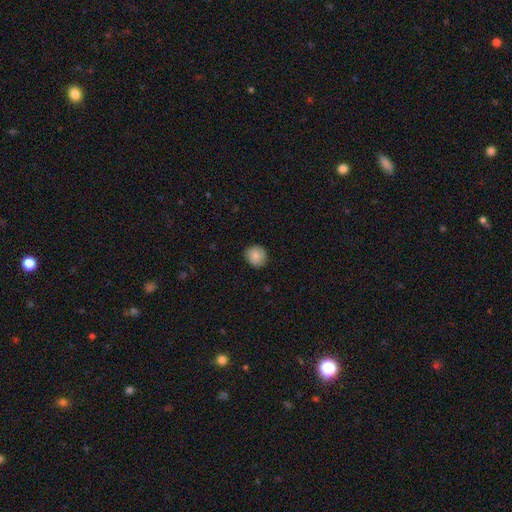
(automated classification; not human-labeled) Smooth or featured: smooth — 81% (featured or disk — 10%)
How rounded: round — 88% (in between — 11%)
Merging: none — 86% (minor disturbance — 11%)